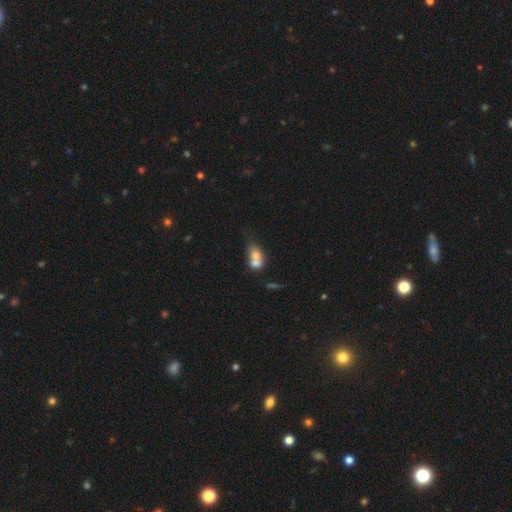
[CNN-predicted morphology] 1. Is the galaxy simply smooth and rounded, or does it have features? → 66% smooth, 24% featured or disk, 10% star or artifact.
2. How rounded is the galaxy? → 53% in between, 44% round, 3% cigar-shaped.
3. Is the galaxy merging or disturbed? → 71% merger, 17% none, 7% minor disturbance, 5% major disturbance.